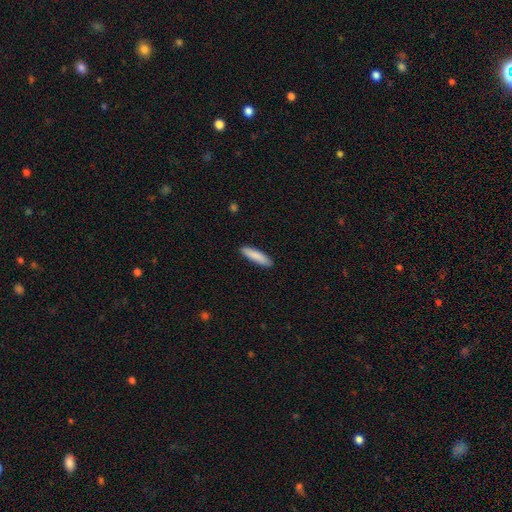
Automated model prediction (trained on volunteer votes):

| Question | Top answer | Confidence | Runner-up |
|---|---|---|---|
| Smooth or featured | smooth | 88% | featured or disk (7%) |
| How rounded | cigar-shaped | 77% | in between (22%) |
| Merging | none | 90% | minor disturbance (7%) |